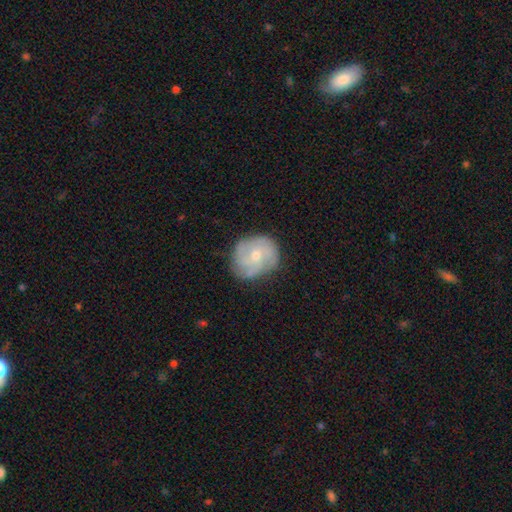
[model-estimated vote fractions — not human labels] A featured or disk galaxy (64%) with no bar (77%), 3 (34%) tight (48%) spiral arms (86%) and a small central bulge (57%). Merging: none (70%).